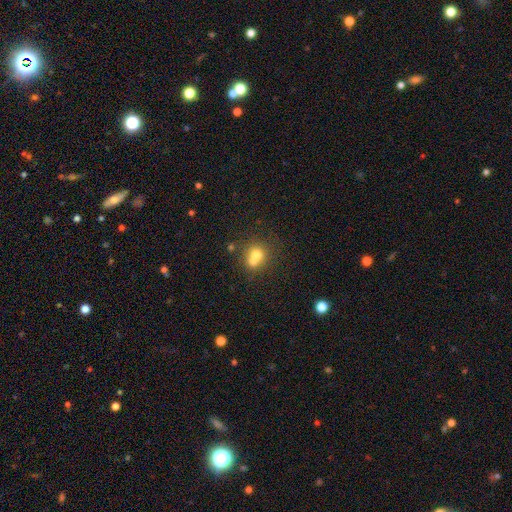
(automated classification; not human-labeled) Morphology: type=smooth (68%); roundness=round (80%); merging=merger (56%).